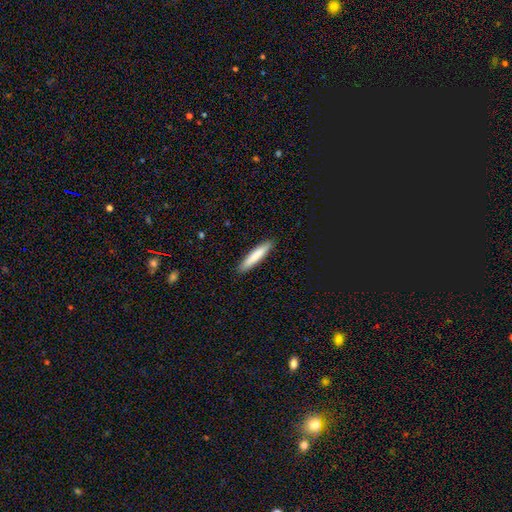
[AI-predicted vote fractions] Smooth or featured?
  - smooth: 80% *
  - featured or disk: 15%
  - star or artifact: 5%
How rounded?
  - cigar-shaped: 90% *
  - in between: 9%
  - round: 1%
Merging?
  - none: 91% *
  - minor disturbance: 7%
  - major disturbance: 1%
  - merger: 1%